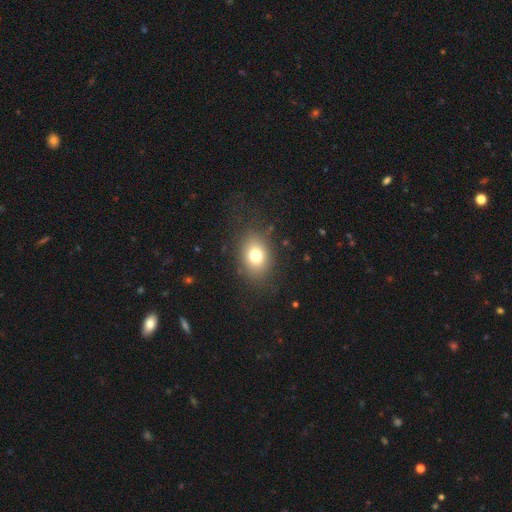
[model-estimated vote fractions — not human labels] This appears to be a smooth galaxy with no disk features (75%) that is in between round and cigar-shaped (62%). Merging: none (81%).